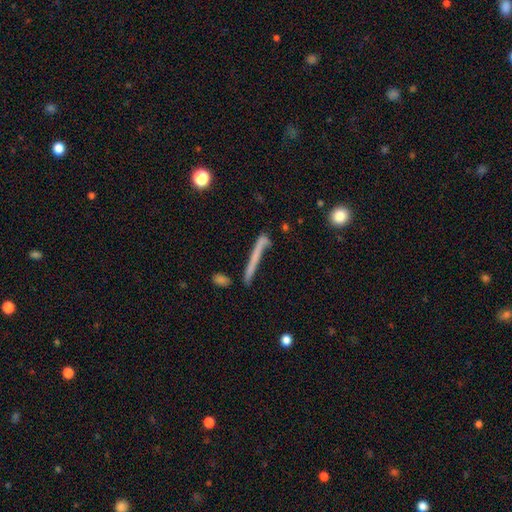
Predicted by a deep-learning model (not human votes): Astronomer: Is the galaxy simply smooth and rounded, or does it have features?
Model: smooth — 52% (runner-up: featured or disk, 40%).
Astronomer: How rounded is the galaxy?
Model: cigar-shaped — 95%.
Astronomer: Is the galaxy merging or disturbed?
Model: none — 69%.